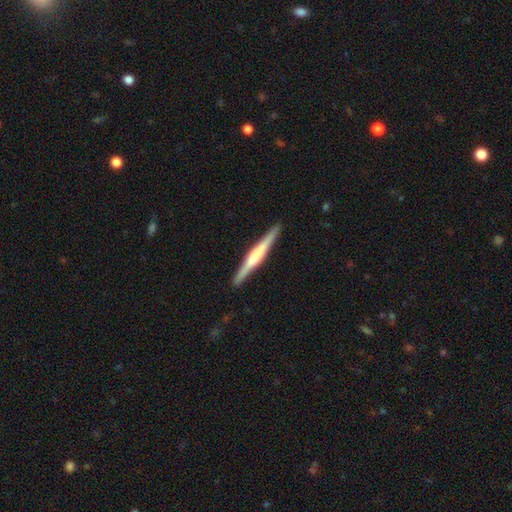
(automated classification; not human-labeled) Smooth or featured? featured or disk (69%)
Edge-on disk? yes (98%)
Edge-on bulge? boxy (43%)
Merging? none (90%)